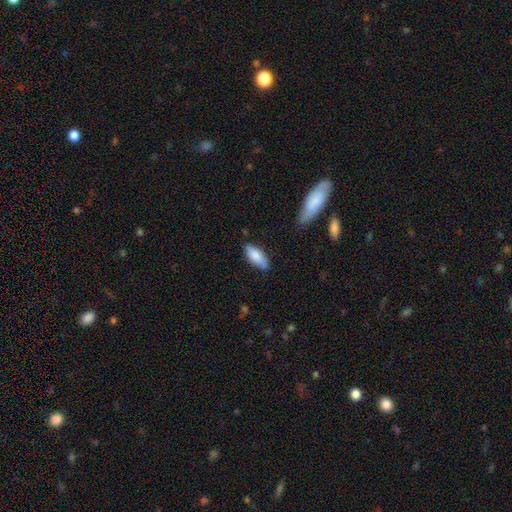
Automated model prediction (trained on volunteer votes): Overall: smooth (83%). How rounded: in between (78%). Merging: none (79%).